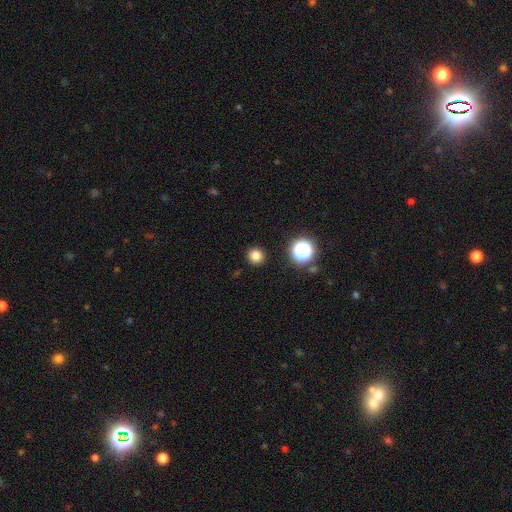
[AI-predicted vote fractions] A smooth galaxy with no disk features (81%) that is round (94%). Merging: none (92%).